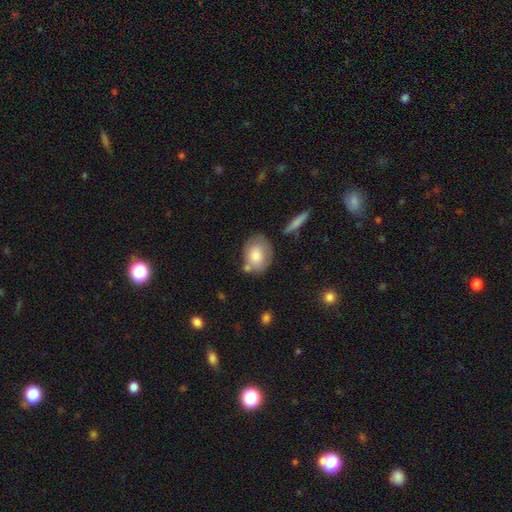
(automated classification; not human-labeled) Smooth or featured: smooth — 73% (featured or disk — 20%)
How rounded: in between — 71% (round — 28%)
Merging: none — 53% (minor disturbance — 24%)